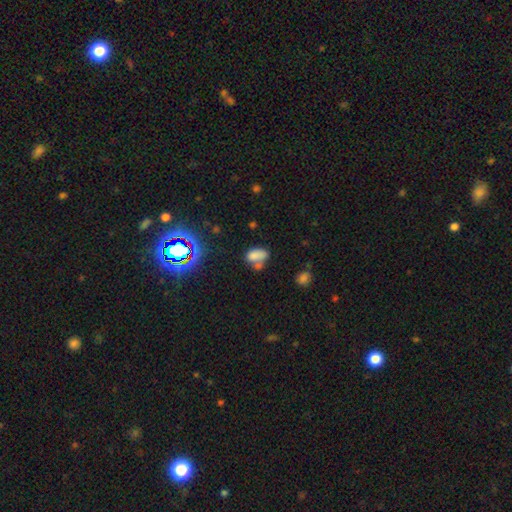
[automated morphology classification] Smooth or featured? Predicted: smooth (p=0.72). How rounded? Predicted: in between (p=0.86). Merging? Predicted: merger (p=0.35).